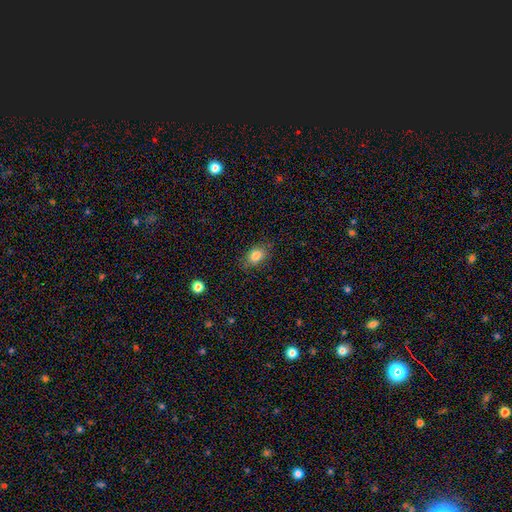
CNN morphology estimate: The model was most divided on "how rounded": in between: 72%, round: 26%, cigar-shaped: 1%. More confident: smooth or featured — smooth (83%); merging — none (80%).